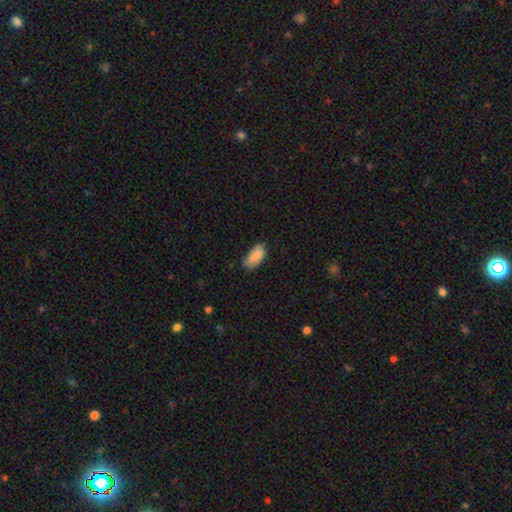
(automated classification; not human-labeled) smooth-or-featured: smooth: 80% | featured or disk: 13% | star or artifact: 7%
  how-rounded: in between: 92% | cigar-shaped: 5% | round: 3%
  merging: none: 61% | minor disturbance: 31% | major disturbance: 5% | merger: 2%